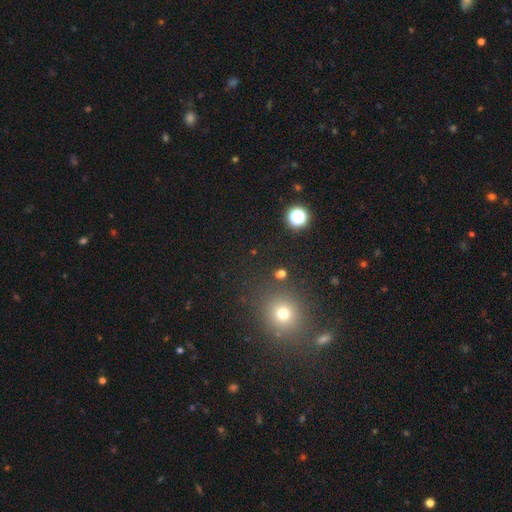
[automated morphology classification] smooth-or-featured: smooth: 55% | star or artifact: 38% | featured or disk: 7%
  how-rounded: round: 84% | in between: 15% | cigar-shaped: 1%
  merging: none: 85% | minor disturbance: 7% | merger: 5% | major disturbance: 3%